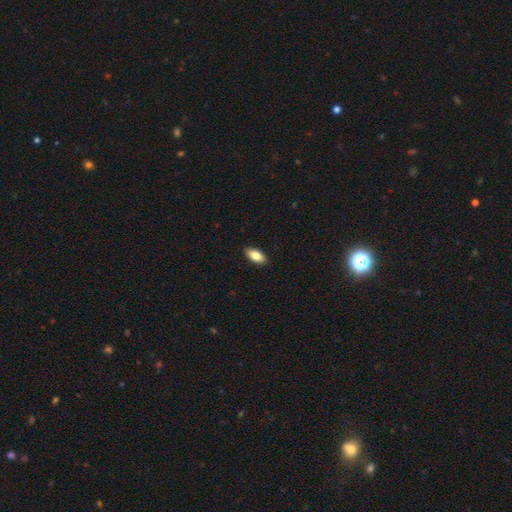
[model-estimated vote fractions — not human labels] This is clearly a smooth galaxy (84%). How rounded: clearly in between (91%). Merging: clearly none (90%).